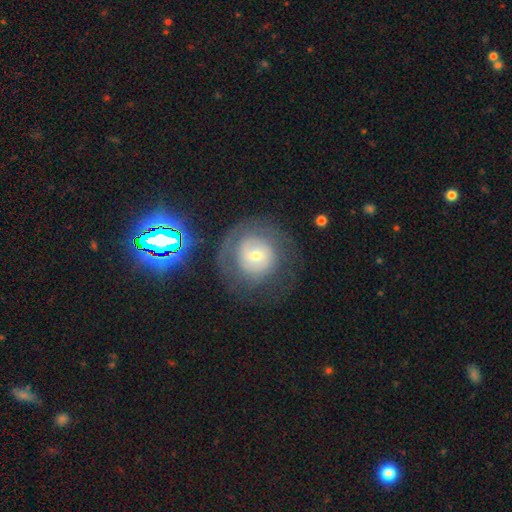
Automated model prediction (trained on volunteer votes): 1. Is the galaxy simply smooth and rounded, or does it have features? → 62% featured or disk, 27% smooth, 11% star or artifact.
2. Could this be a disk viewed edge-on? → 97% no, 3% yes.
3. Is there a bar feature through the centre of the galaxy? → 52% no, 38% weak, 10% strong.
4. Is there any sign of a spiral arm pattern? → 81% yes, 19% no.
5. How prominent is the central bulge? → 54% small, 38% moderate, 4% large, 2% none, 1% dominant.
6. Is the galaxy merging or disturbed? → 65% none, 16% minor disturbance, 16% major disturbance, 3% merger.